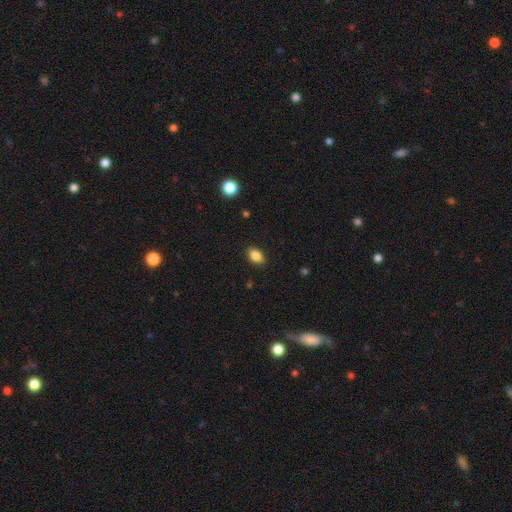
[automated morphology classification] smooth-or-featured: smooth: 85% | star or artifact: 9% | featured or disk: 6%
  how-rounded: in between: 87% | round: 10% | cigar-shaped: 3%
  merging: none: 88% | minor disturbance: 9% | major disturbance: 2% | merger: 1%